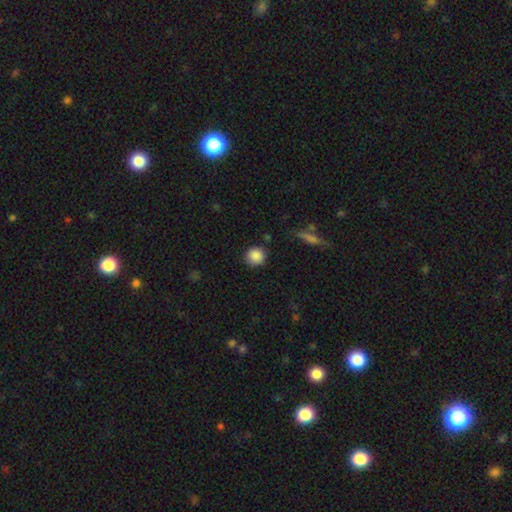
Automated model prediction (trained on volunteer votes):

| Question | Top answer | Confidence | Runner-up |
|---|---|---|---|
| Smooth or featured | smooth | 87% | star or artifact (9%) |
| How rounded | round | 91% | in between (8%) |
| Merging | none | 84% | minor disturbance (11%) |